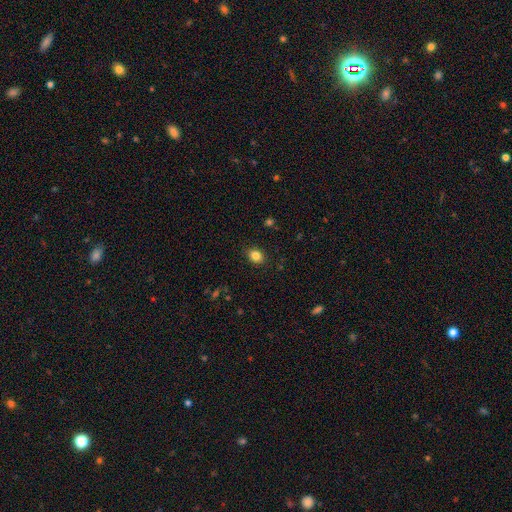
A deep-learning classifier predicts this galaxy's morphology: A smooth galaxy with no disk features (84%) that is in between round and cigar-shaped (53%). Merging: none (88%).